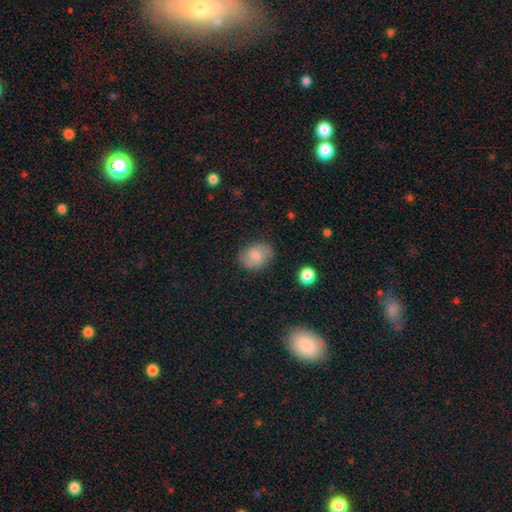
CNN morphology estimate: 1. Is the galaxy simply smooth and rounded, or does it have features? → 73% smooth, 18% featured or disk, 9% star or artifact.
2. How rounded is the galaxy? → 62% in between, 37% round, 1% cigar-shaped.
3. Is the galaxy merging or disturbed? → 77% none, 16% minor disturbance, 5% major disturbance, 2% merger.